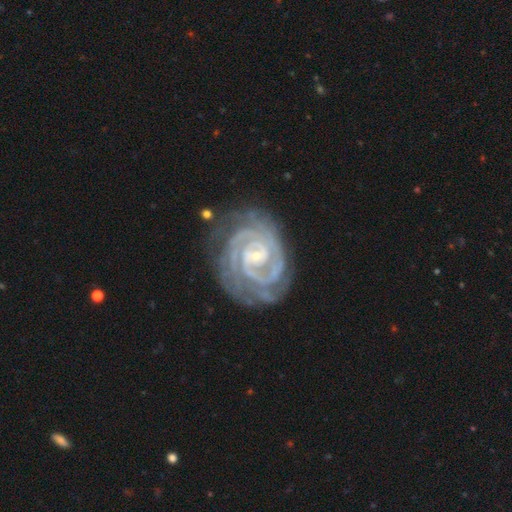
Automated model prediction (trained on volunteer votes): smooth_or_featured: featured or disk (p=0.93) [alt: star or artifact p=0.04]
disk_edge_on: no (p=0.98) [alt: yes p=0.02]
bar: no (p=0.48) [alt: weak p=0.35]
has_spiral_arms: yes (p=0.99) [alt: no p=0.01]
spiral_winding: tight (p=0.81) [alt: medium p=0.17]
spiral_arm_count: 2 (p=0.44) [alt: 3 p=0.22]
bulge_size: small (p=0.81) [alt: moderate p=0.15]
merging: none (p=0.72) [alt: minor disturbance p=0.20]